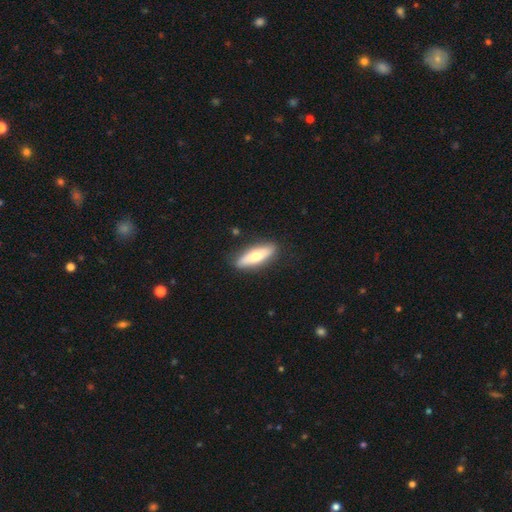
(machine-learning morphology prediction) A smooth galaxy with no disk features (63%) that is cigar-shaped (51%).

Vote fractions:
- Smooth or featured? smooth: 63% / featured or disk: 32% / star or artifact: 5%
- How rounded? cigar-shaped: 51% / in between: 47% / round: 2%
- Merging? none: 87% / minor disturbance: 10% / major disturbance: 2% / merger: 1%